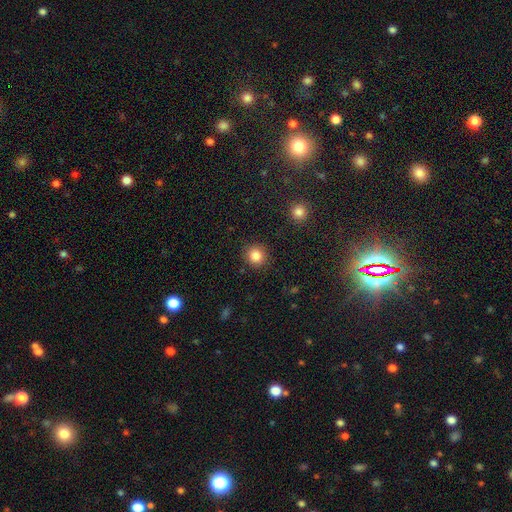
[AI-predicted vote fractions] smooth-or-featured: smooth: 85% | star or artifact: 10% | featured or disk: 4%
  how-rounded: round: 89% | in between: 10% | cigar-shaped: 1%
  merging: none: 89% | minor disturbance: 7% | major disturbance: 3% | merger: 1%